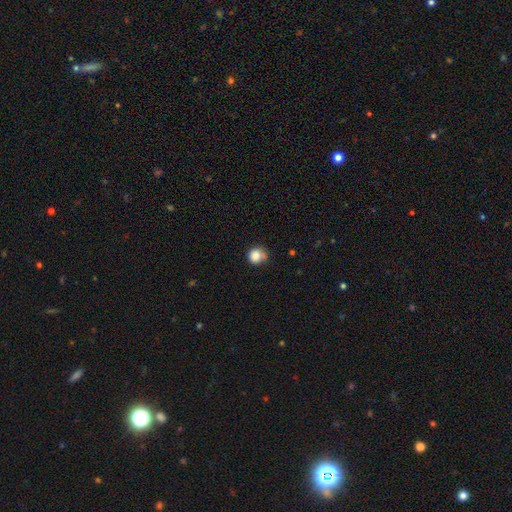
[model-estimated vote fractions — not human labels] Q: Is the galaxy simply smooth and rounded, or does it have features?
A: smooth — 86%.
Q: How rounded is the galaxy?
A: round — 87%.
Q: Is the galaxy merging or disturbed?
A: none — 61%.